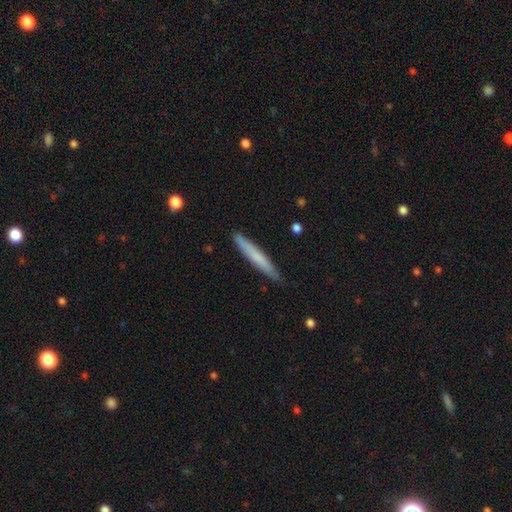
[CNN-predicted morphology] The model was most divided on "smooth or featured": smooth: 67%, featured or disk: 27%, star or artifact: 6%. More confident: how rounded — cigar-shaped (95%); merging — none (88%).